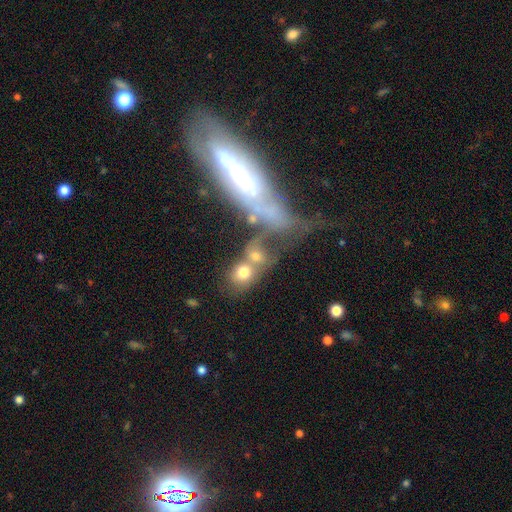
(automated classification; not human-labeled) Morphology: type=smooth (61%); roundness=round (51%); merging=merger (52%).